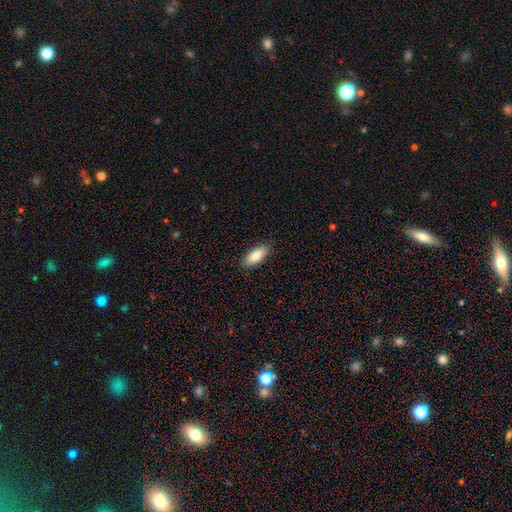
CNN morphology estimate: smooth_or_featured: smooth (p=0.84) [alt: featured or disk p=0.10]
how_rounded: in between (p=0.78) [alt: cigar-shaped p=0.20]
merging: none (p=0.88) [alt: minor disturbance p=0.10]